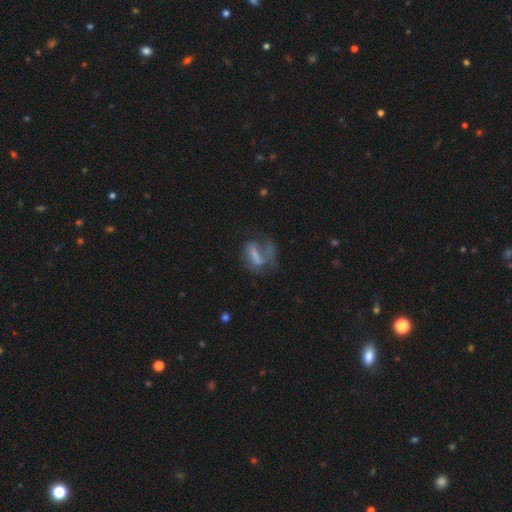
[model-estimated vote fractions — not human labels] Overall: featured or disk (55%; smooth 35%). Edge-on disk: no (93%). Bar: strong (41%; weak 33%). Spiral arms: yes (63%; no 37%). Bulge size: none (44%; small 25%). Merging: major disturbance (42%; none 33%).